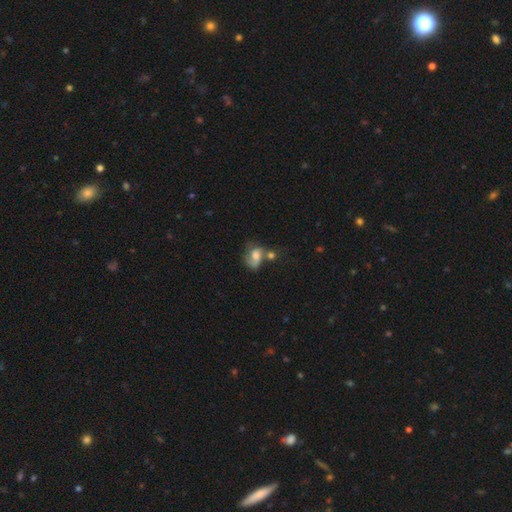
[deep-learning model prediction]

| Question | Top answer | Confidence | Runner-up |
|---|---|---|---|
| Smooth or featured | smooth | 51% | featured or disk (39%) |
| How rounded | in between | 66% | round (32%) |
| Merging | merger | 31% | none (28%) |